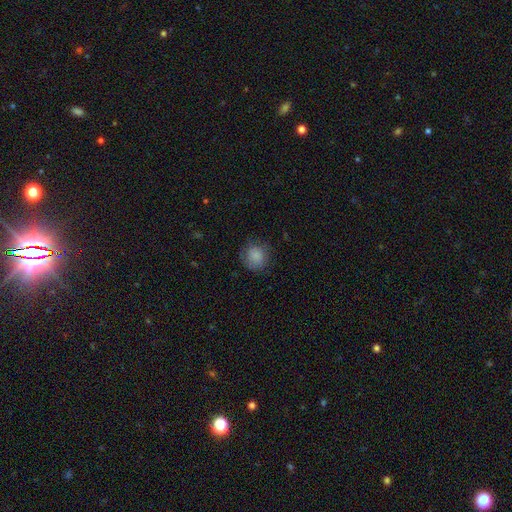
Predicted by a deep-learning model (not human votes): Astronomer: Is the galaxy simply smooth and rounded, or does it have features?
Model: smooth — 85%.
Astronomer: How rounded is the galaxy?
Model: round — 86%.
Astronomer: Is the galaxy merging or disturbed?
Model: none — 75%.